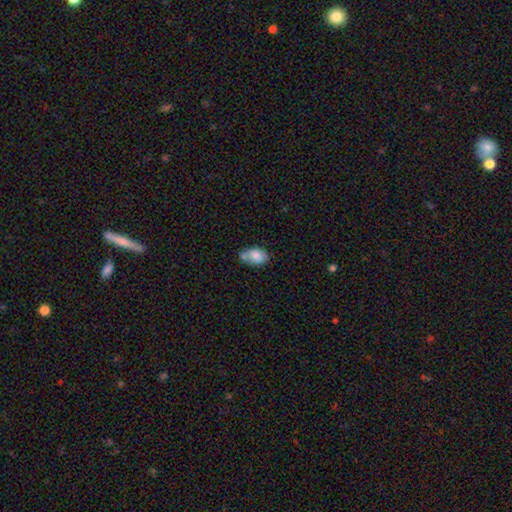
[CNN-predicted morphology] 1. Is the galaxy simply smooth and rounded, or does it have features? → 78% smooth, 13% featured or disk, 8% star or artifact.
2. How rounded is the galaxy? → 84% in between, 15% round, 1% cigar-shaped.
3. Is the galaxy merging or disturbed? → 43% none, 29% merger, 22% minor disturbance, 6% major disturbance.